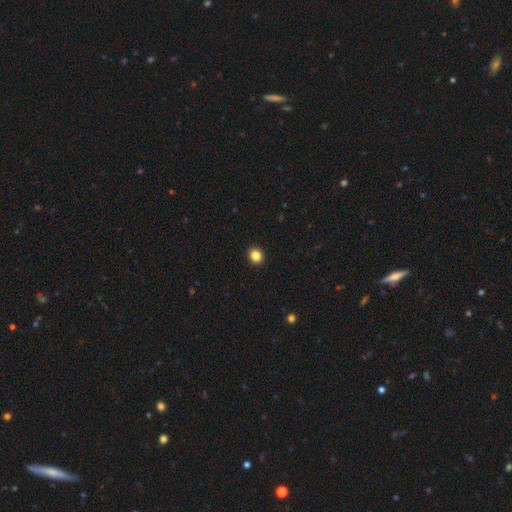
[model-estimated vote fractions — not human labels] Morphology: type=smooth (85%); roundness=round (79%); merging=none (93%).